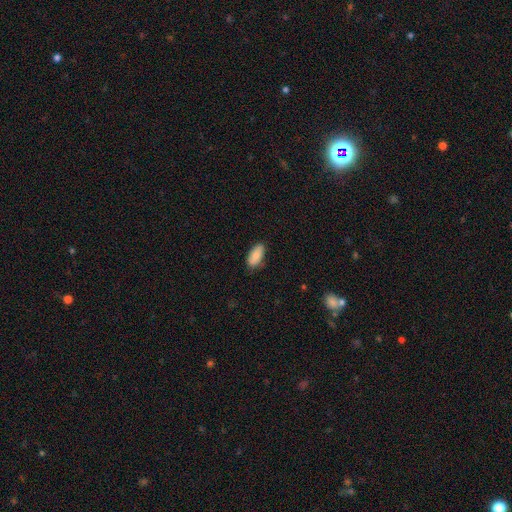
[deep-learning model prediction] Overall: smooth (88%). How rounded: in between (90%). Merging: none (79%).